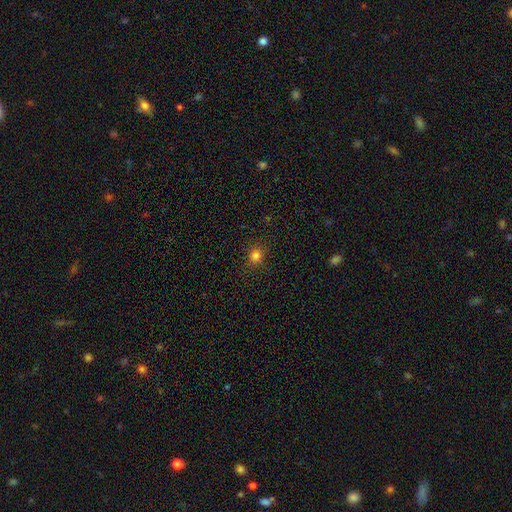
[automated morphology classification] smooth-or-featured: smooth: 81% | star or artifact: 15% | featured or disk: 5%
  how-rounded: round: 83% | in between: 16% | cigar-shaped: 1%
  merging: none: 88% | minor disturbance: 8% | major disturbance: 3% | merger: 1%